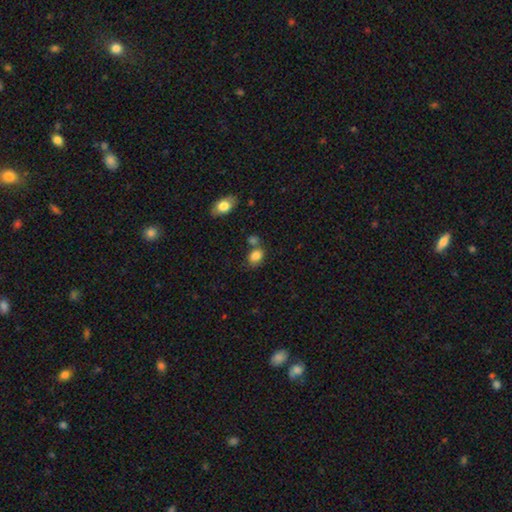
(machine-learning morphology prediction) smooth-or-featured: smooth: 84% | star or artifact: 9% | featured or disk: 6%
  how-rounded: in between: 68% | round: 31% | cigar-shaped: 1%
  merging: none: 56% | merger: 23% | minor disturbance: 16% | major disturbance: 5%